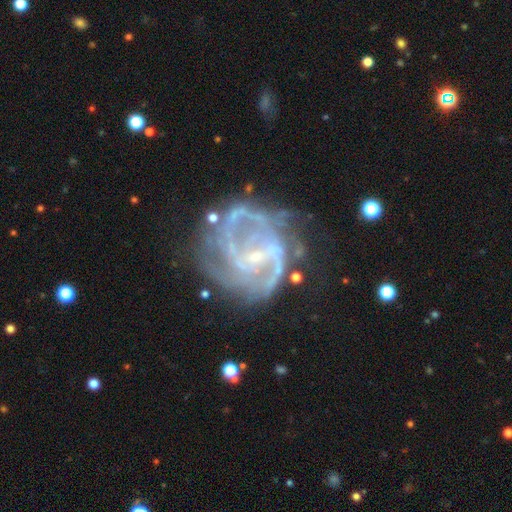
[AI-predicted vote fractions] Overall: featured or disk (88%). Edge-on disk: no (98%). Bar: weak (50%; no 28%). Spiral arms: yes (93%). Spiral arm count: 2 (41%; can't tell 21%). Spiral winding: medium (50%; tight 33%). Bulge size: small (72%). Merging: none (54%; minor disturbance 22%).